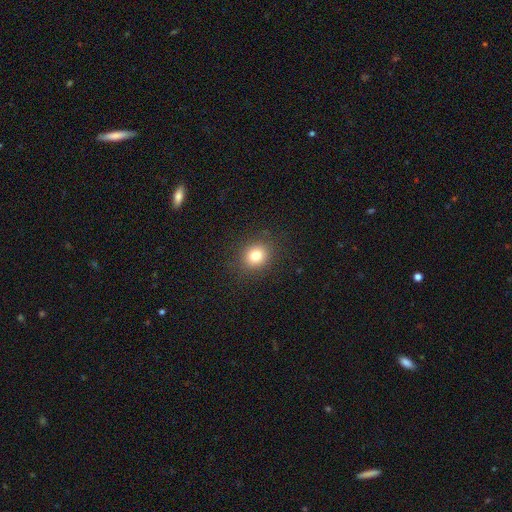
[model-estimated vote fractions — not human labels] Morphology: type=smooth (79%); roundness=round (77%); merging=none (88%).